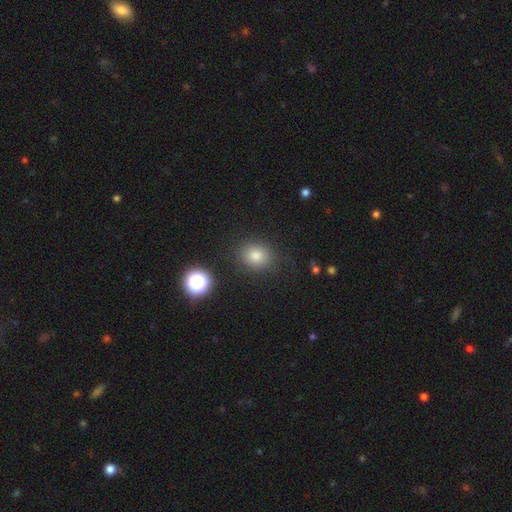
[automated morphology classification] type=smooth (78%); roundness=round (67%); merging=none (86%).